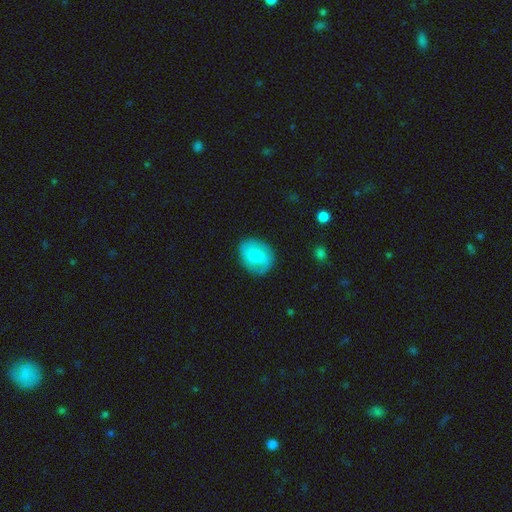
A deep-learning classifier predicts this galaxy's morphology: smooth-or-featured: smooth: 61% | featured or disk: 33% | star or artifact: 7%
  how-rounded: round: 58% | in between: 41% | cigar-shaped: 1%
  merging: none: 81% | minor disturbance: 14% | major disturbance: 4% | merger: 1%